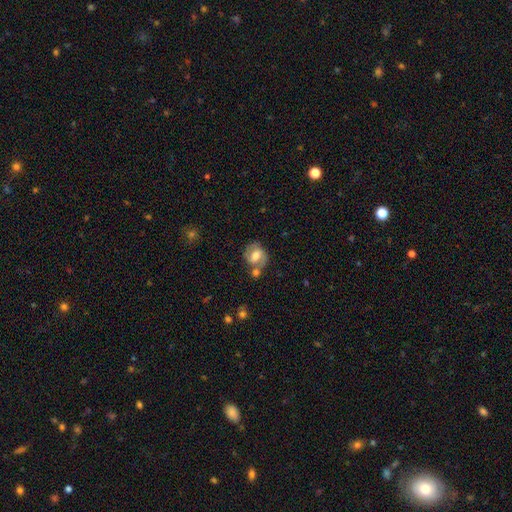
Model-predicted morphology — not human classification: A featured or disk galaxy (58%) with a weak bar (49%), spiral arms (80%) and a moderate central bulge (62%).

Vote fractions:
- Smooth or featured? featured or disk: 58% / smooth: 34% / star or artifact: 8%
- Edge-on disk? no: 97% / yes: 3%
- Bar? weak: 49% / strong: 27% / no: 24%
- Spiral arms? yes: 80% / no: 20%
- Bulge size? moderate: 62% / large: 19% / small: 14% / none: 3% / dominant: 2%
- Merging? none: 57% / merger: 19% / minor disturbance: 17% / major disturbance: 7%